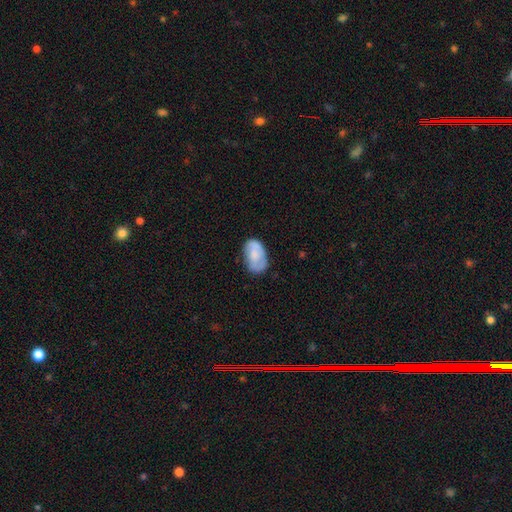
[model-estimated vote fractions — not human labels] A smooth galaxy with no disk features (62%) that is in between round and cigar-shaped (91%). Merging: none (69%).